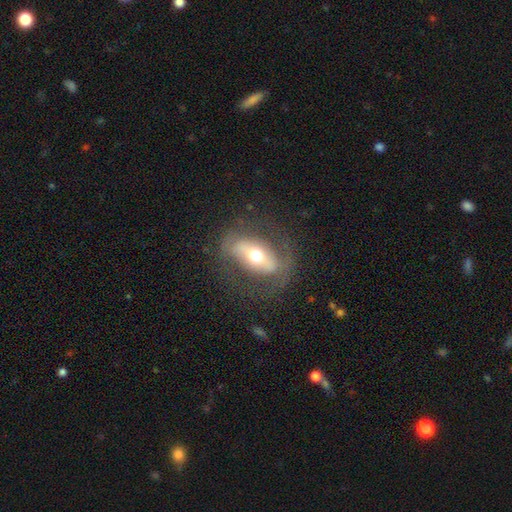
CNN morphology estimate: The model was most divided on "smooth or featured": featured or disk: 58%, smooth: 34%, star or artifact: 8%. More confident: edge-on disk — no (84%); merging — none (72%).